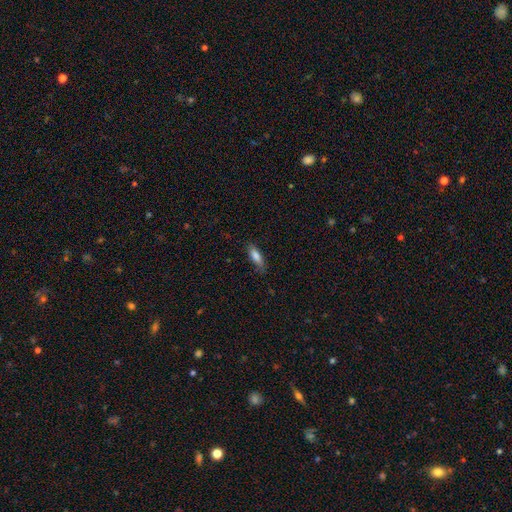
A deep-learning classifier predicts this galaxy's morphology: Q: Smooth or featured?
A: smooth (81%); runner-up: featured or disk (12%)
Q: How rounded?
A: in between (57%); runner-up: cigar-shaped (41%)
Q: Merging?
A: none (76%); runner-up: minor disturbance (19%)